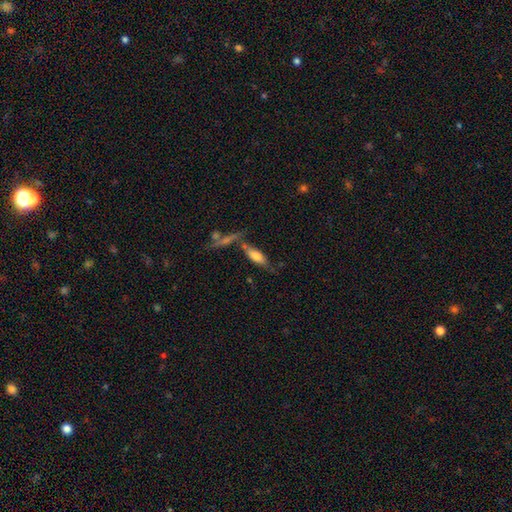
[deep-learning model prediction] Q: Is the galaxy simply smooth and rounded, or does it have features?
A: smooth — 67%.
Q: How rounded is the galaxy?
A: in between — 60%.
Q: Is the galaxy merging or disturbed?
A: none — 56%.